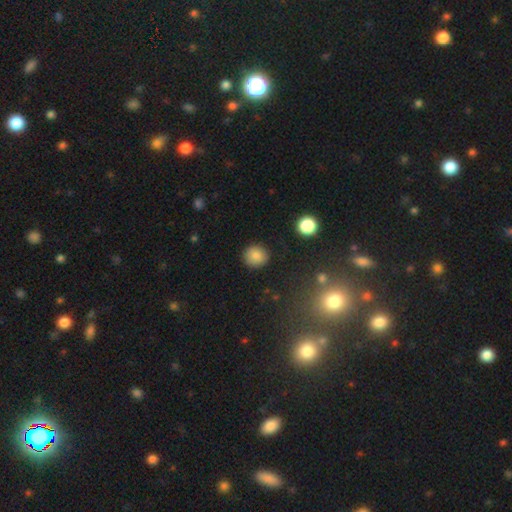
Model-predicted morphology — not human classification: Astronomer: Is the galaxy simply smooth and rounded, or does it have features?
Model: smooth — 84%.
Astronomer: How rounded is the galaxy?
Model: round — 88%.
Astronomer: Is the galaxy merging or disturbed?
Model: none — 89%.